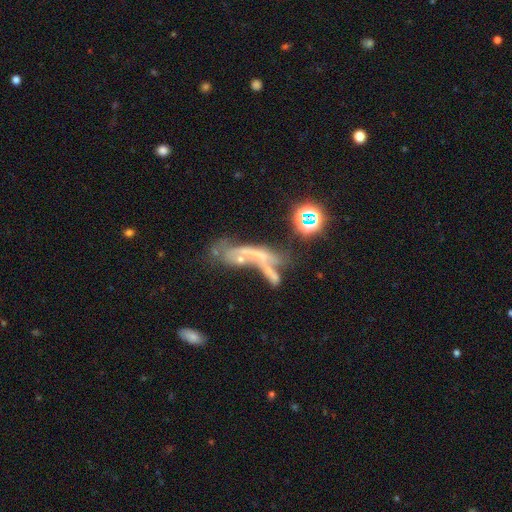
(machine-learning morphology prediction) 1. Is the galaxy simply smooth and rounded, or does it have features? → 50% featured or disk, 27% smooth, 24% star or artifact.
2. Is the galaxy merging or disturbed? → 45% merger, 23% major disturbance, 21% none, 11% minor disturbance.